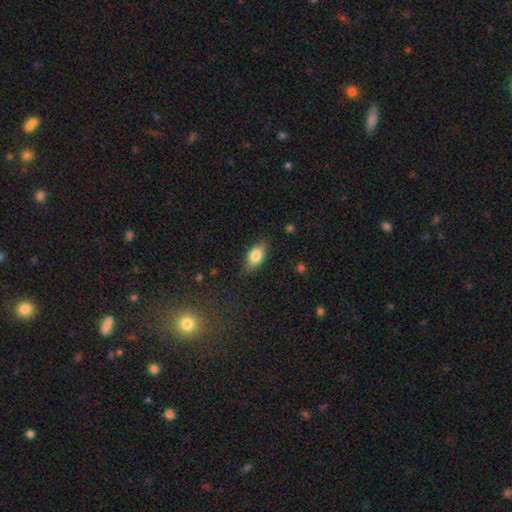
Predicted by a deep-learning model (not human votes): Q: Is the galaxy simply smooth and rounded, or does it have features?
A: smooth — 81%.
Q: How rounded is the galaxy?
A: in between — 89%.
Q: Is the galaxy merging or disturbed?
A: none — 83%.